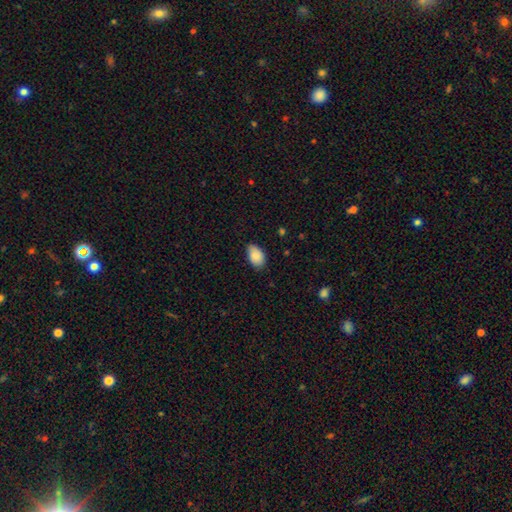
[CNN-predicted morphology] type=smooth (88%); roundness=in between (91%); merging=none (70%).